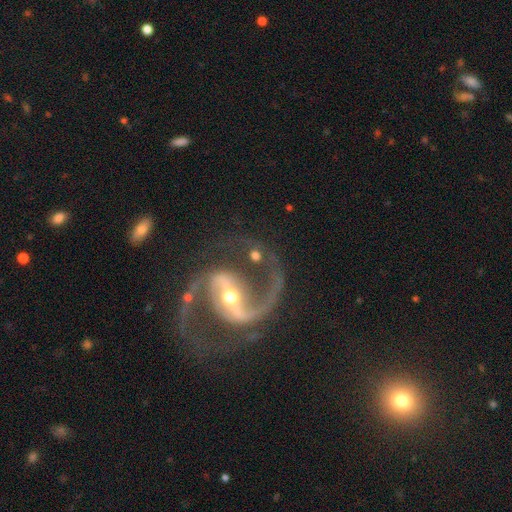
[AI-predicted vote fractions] featured or disk 93%, star or artifact 5%, smooth 3%. Down the decision tree: edge-on disk — no (98%); bar — strong (66%); spiral arms — yes (98%); spiral arm count — 2 (93%); spiral winding — medium (59%); bulge size — moderate (52%); merging — none (71%).